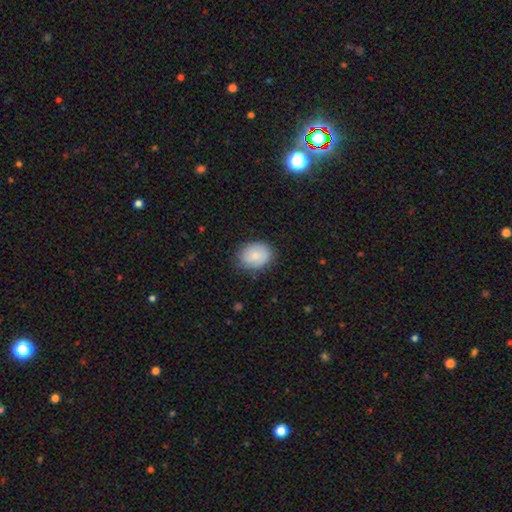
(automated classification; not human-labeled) This appears to be a smooth galaxy with no disk features (78%) that is in between round and cigar-shaped (54%). Merging: none (80%).